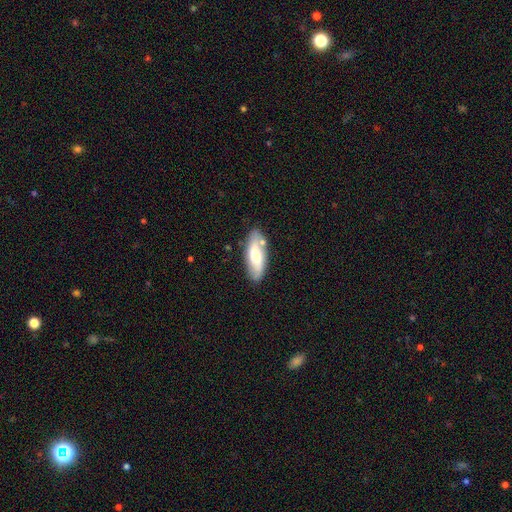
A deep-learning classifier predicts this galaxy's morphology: smooth-or-featured: smooth: 57% | featured or disk: 37% | star or artifact: 6%
  how-rounded: in between: 71% | cigar-shaped: 27% | round: 2%
  merging: none: 74% | minor disturbance: 16% | merger: 6% | major disturbance: 4%